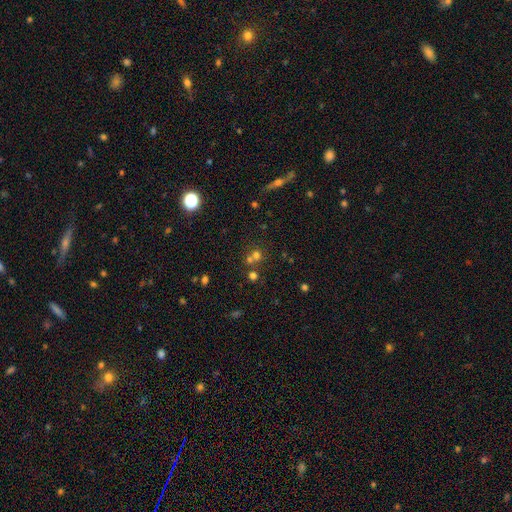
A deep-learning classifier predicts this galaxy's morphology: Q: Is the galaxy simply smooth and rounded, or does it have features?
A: smooth — 58%.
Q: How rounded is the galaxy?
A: round — 87%.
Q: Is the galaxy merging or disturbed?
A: none — 53%.